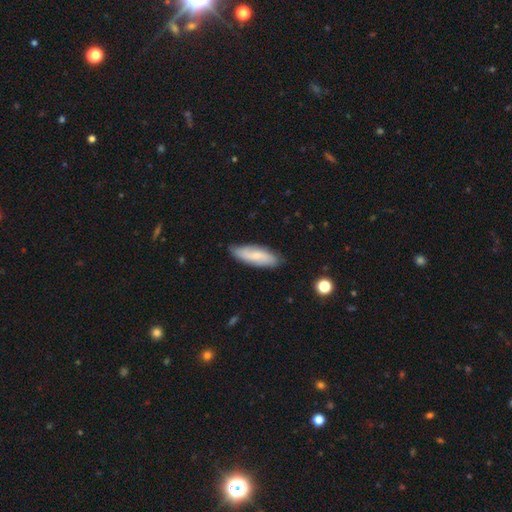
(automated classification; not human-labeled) A smooth galaxy with no disk features (57%) that is in between round and cigar-shaped (60%).

Vote fractions:
- Smooth or featured? smooth: 57% / featured or disk: 37% / star or artifact: 6%
- How rounded? in between: 60% / cigar-shaped: 38% / round: 2%
- Merging? none: 81% / minor disturbance: 15% / major disturbance: 2% / merger: 1%